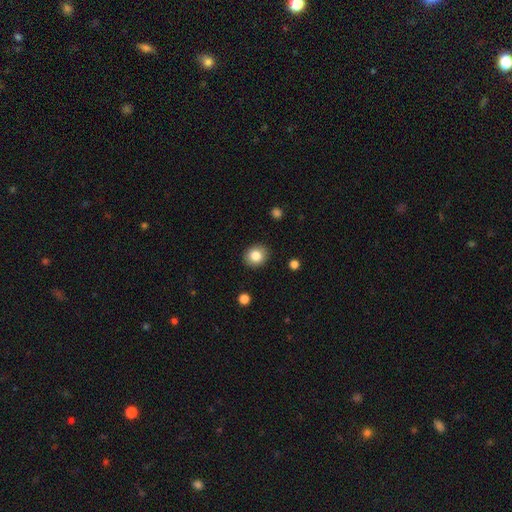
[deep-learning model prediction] smooth 84%, star or artifact 9%, featured or disk 7%. Down the decision tree: how rounded — round (67%); merging — none (89%).